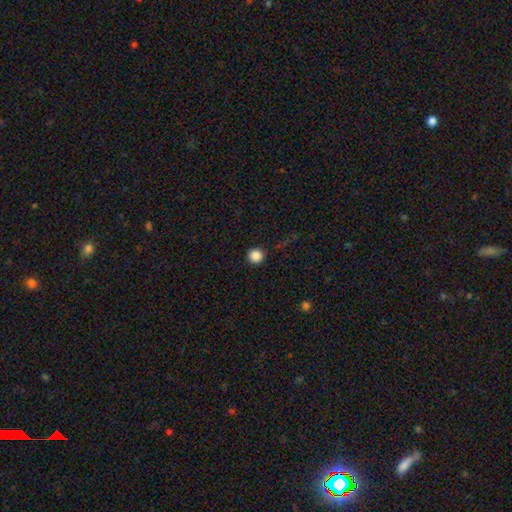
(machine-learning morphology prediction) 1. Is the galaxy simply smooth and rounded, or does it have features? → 87% smooth, 10% star or artifact, 3% featured or disk.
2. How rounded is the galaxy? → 95% round, 4% in between, 1% cigar-shaped.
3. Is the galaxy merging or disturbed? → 92% none, 5% minor disturbance, 2% major disturbance, 1% merger.